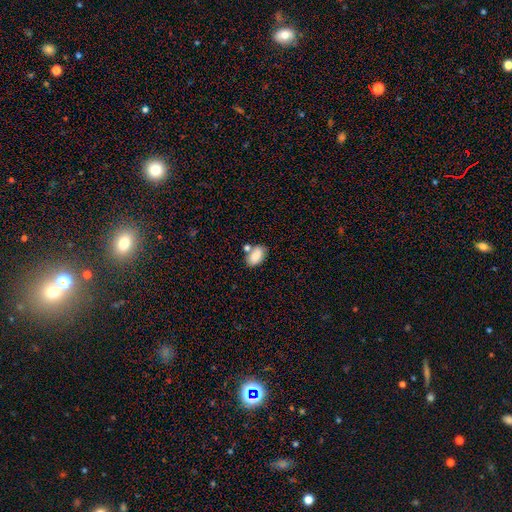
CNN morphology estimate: A smooth galaxy with no disk features (85%) that is in between round and cigar-shaped (91%).

Vote fractions:
- Smooth or featured? smooth: 85% / star or artifact: 8% / featured or disk: 8%
- How rounded? in between: 91% / round: 8% / cigar-shaped: 1%
- Merging? none: 60% / merger: 20% / minor disturbance: 15% / major disturbance: 4%